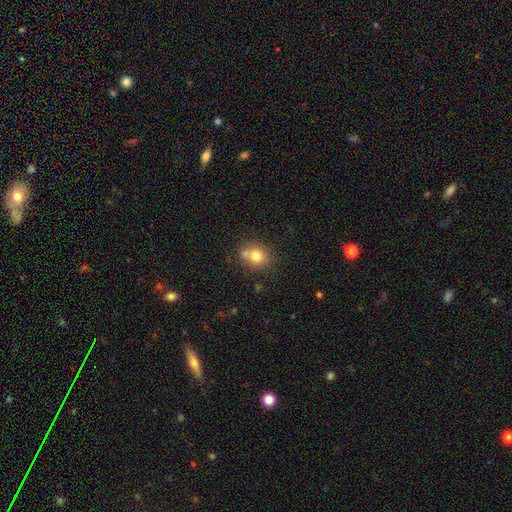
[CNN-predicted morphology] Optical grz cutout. It shows a smooth galaxy with no disk features (78%) that is round (75%). Merging: none (56%).